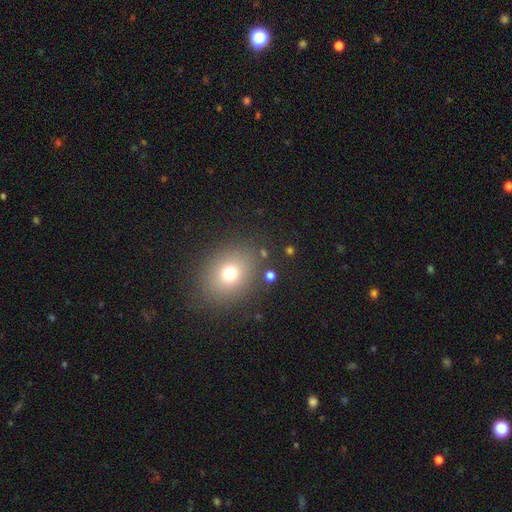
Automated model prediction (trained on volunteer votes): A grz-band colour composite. It shows a smooth galaxy with no disk features (70%) that is round (53%). Merging: none (85%).